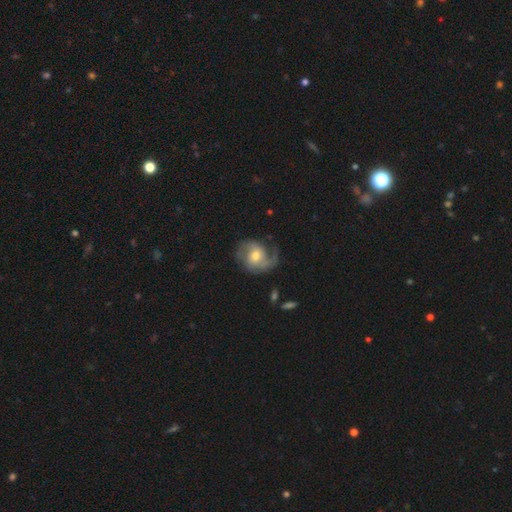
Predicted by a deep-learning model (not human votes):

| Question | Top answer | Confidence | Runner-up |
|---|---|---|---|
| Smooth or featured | featured or disk | 77% | smooth (17%) |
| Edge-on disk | no | 97% | yes (3%) |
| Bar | no | 56% | weak (36%) |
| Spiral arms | yes | 94% | no (6%) |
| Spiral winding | medium | 46% | loose (33%) |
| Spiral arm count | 2 | 70% | 1 (18%) |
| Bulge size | moderate | 63% | small (28%) |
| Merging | none | 60% | minor disturbance (21%) |